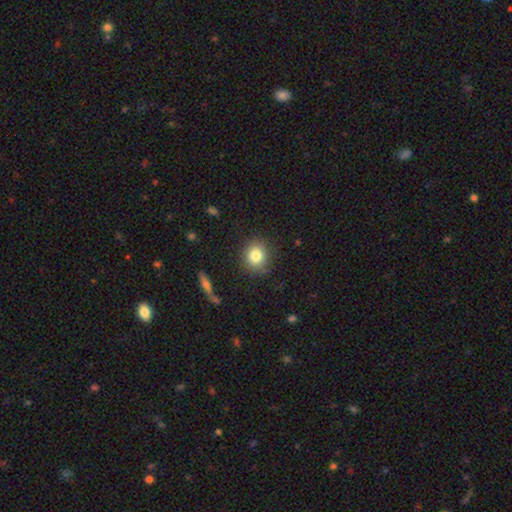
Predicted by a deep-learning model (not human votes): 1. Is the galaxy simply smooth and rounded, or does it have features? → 82% smooth, 10% star or artifact, 8% featured or disk.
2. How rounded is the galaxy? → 81% round, 17% in between, 1% cigar-shaped.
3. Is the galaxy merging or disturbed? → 86% none, 9% minor disturbance, 3% major disturbance, 1% merger.